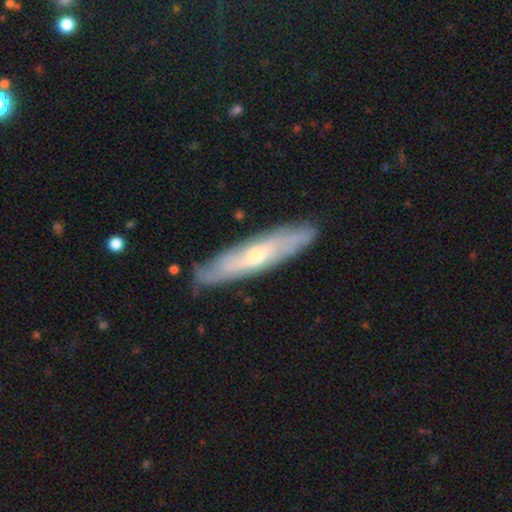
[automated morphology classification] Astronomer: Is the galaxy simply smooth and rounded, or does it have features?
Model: featured or disk — 65%.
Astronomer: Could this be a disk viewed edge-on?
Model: yes — 55% (runner-up: no, 45%).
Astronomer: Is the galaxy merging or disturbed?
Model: none — 85%.